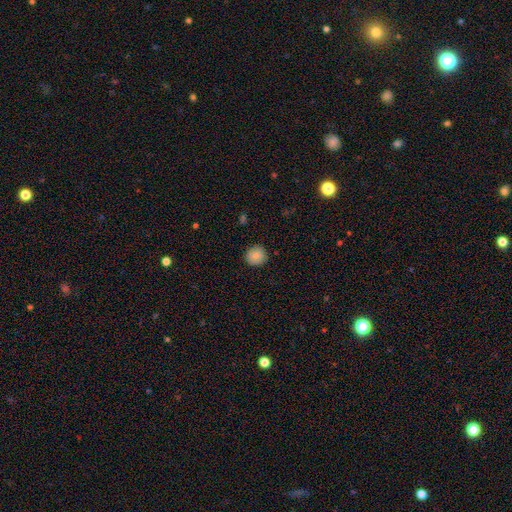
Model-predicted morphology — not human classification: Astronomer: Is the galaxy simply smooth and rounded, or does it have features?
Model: smooth — 85%.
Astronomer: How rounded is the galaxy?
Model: round — 90%.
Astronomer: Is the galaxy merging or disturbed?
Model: none — 88%.